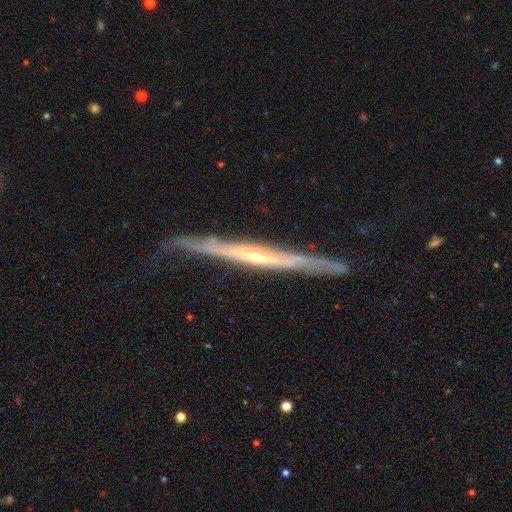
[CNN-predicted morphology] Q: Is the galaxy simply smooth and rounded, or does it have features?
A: featured or disk — 83%.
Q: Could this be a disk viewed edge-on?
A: yes — 92%.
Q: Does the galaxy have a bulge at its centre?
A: rounded — 56%.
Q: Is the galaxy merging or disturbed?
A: none — 71%.